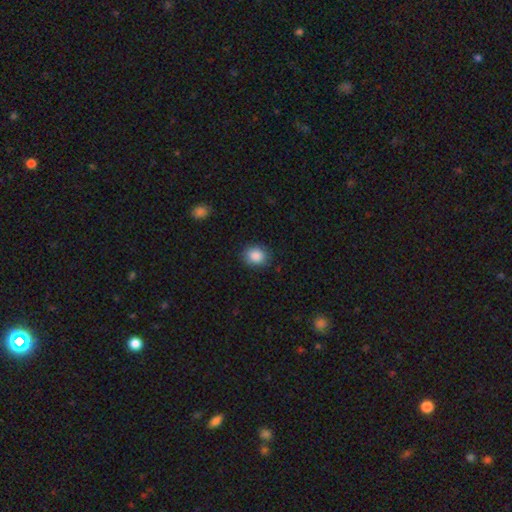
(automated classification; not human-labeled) This is clearly a smooth galaxy (88%). How rounded: likely round (66%). Merging: clearly none (87%).